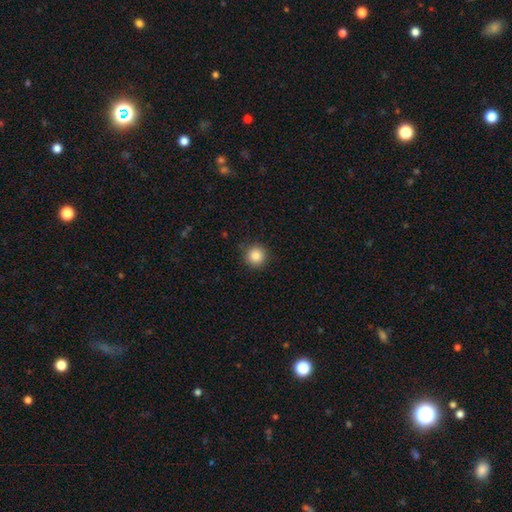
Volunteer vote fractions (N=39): Morphology: type=smooth (85%); roundness=round (94%); merging=none (86%).